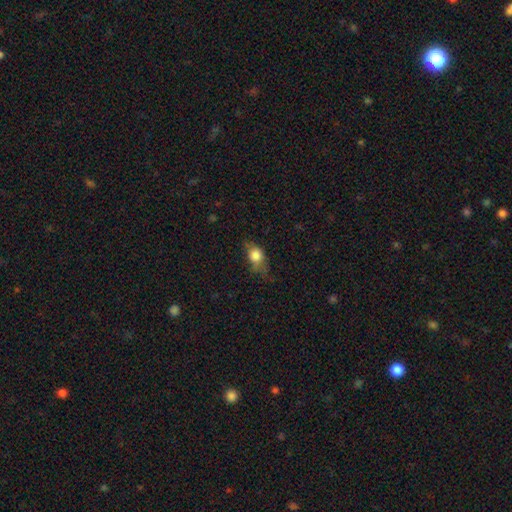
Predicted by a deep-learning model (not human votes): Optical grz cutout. It shows a smooth galaxy with no disk features (75%) that is in between round and cigar-shaped (61%). Merging: none (43%).